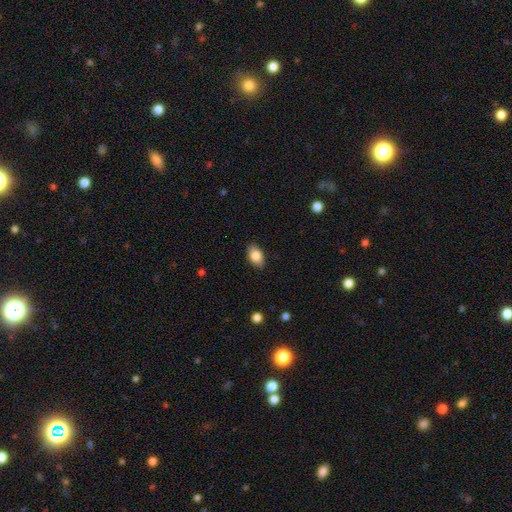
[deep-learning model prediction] A smooth galaxy with no disk features (82%) that is in between round and cigar-shaped (90%). Merging: none (87%).